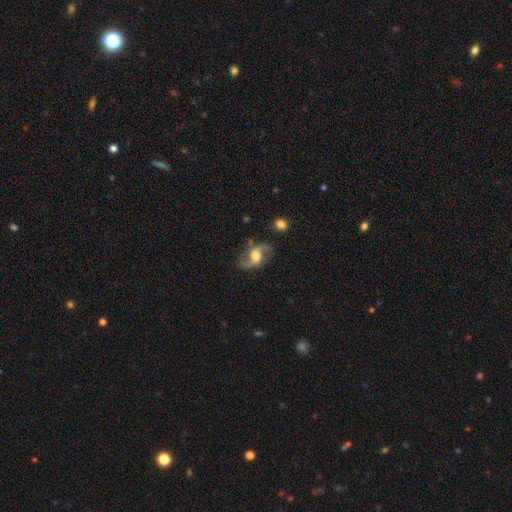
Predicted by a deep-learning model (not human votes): A featured or disk galaxy (81%) with no bar (47%), 2 (92%) loose (63%) spiral arms (94%) and a moderate central bulge (50%).

Vote fractions:
- Smooth or featured? featured or disk: 81% / smooth: 13% / star or artifact: 7%
- Edge-on disk? no: 96% / yes: 4%
- Bar? no: 47% / weak: 40% / strong: 13%
- Spiral arms? yes: 94% / no: 6%
- Spiral winding? loose: 63% / medium: 31% / tight: 6%
- Spiral arm count? 2: 92% / can't tell: 3% / 1: 2% / 3: 1% / 4: 1% / more than 4: 1%
- Bulge size? moderate: 50% / large: 34% / small: 10% / dominant: 3% / none: 3%
- Merging? none: 73% / minor disturbance: 16% / major disturbance: 8% / merger: 3%